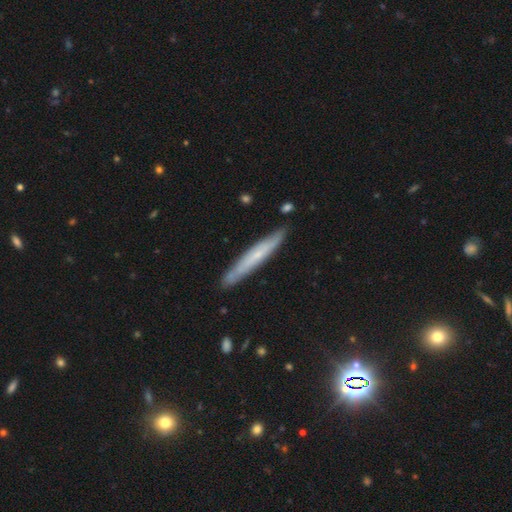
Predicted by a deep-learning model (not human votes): smooth-or-featured: featured or disk: 49% | smooth: 45% | star or artifact: 6%
  merging: none: 86% | minor disturbance: 11% | merger: 2% | major disturbance: 2%